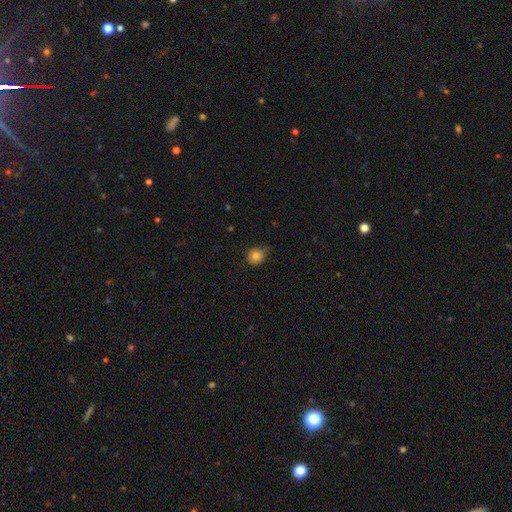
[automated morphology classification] Smooth or featured?
  - smooth: 83% *
  - star or artifact: 11%
  - featured or disk: 6%
How rounded?
  - round: 83% *
  - in between: 16%
  - cigar-shaped: 1%
Merging?
  - none: 67% *
  - minor disturbance: 27%
  - major disturbance: 4%
  - merger: 1%